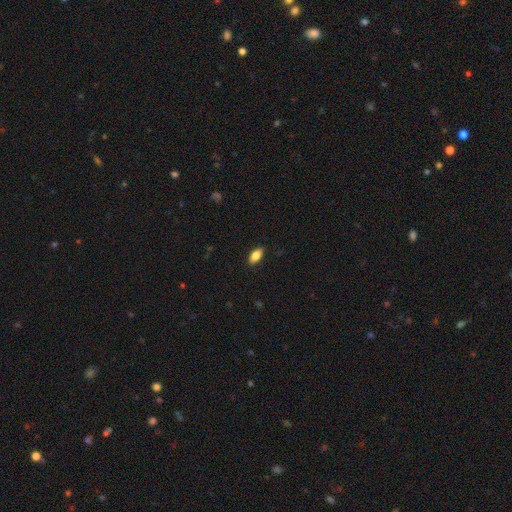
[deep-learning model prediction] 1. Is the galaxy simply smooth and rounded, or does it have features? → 80% smooth, 13% featured or disk, 7% star or artifact.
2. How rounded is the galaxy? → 87% in between, 9% cigar-shaped, 3% round.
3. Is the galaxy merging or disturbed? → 88% none, 9% minor disturbance, 2% major disturbance, 1% merger.